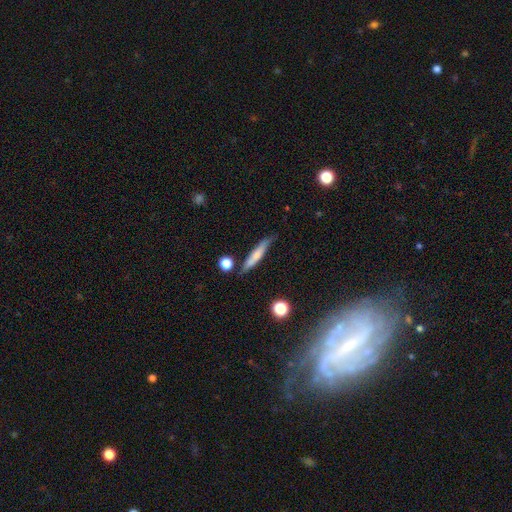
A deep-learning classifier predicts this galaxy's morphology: Q: Smooth or featured?
A: smooth (61%); runner-up: featured or disk (32%)
Q: How rounded?
A: cigar-shaped (89%); runner-up: in between (9%)
Q: Merging?
A: none (75%); runner-up: minor disturbance (17%)